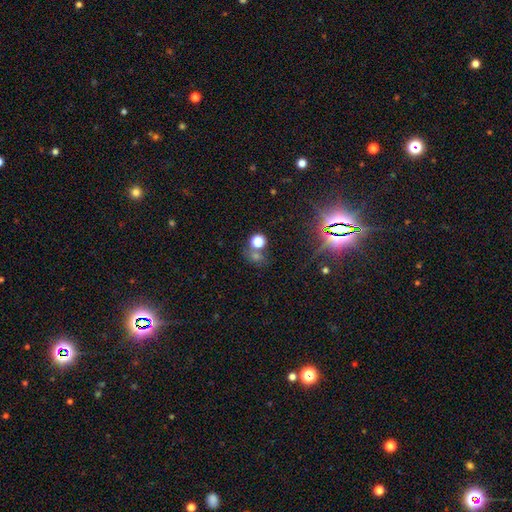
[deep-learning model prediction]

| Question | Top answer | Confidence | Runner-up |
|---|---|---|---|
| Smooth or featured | star or artifact | 52% | smooth (38%) |